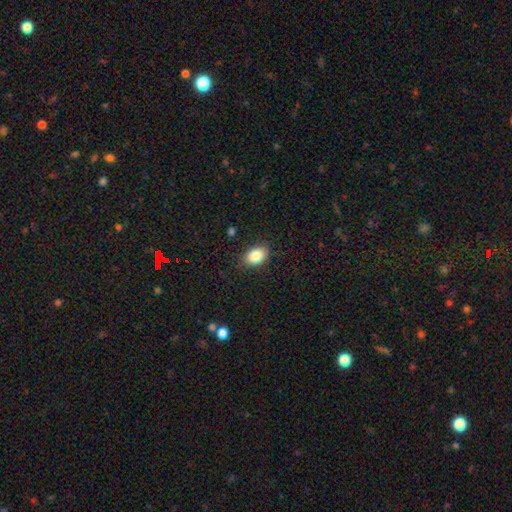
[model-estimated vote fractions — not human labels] Smooth or featured?
  - smooth: 85% *
  - star or artifact: 8%
  - featured or disk: 7%
How rounded?
  - in between: 82% *
  - round: 16%
  - cigar-shaped: 1%
Merging?
  - none: 84% *
  - minor disturbance: 12%
  - major disturbance: 3%
  - merger: 1%